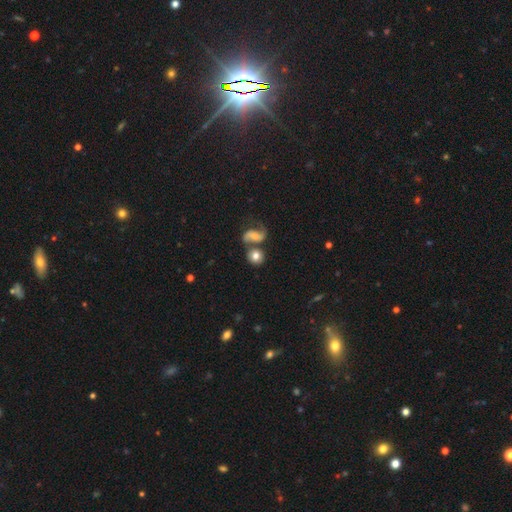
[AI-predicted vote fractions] smooth-or-featured: smooth: 65% | featured or disk: 26% | star or artifact: 9%
  how-rounded: round: 82% | in between: 17% | cigar-shaped: 2%
  merging: none: 55% | merger: 29% | minor disturbance: 11% | major disturbance: 6%